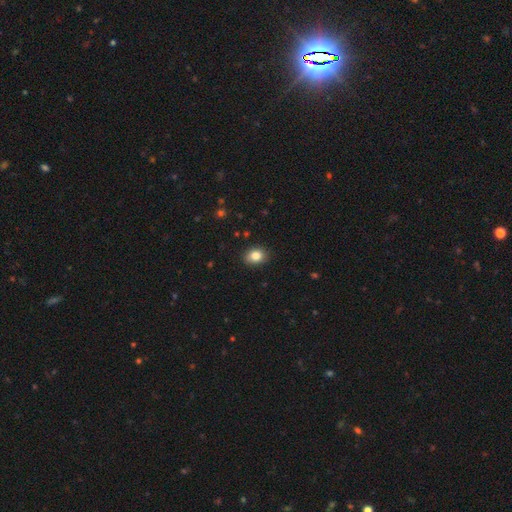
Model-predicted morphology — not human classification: Smooth or featured? smooth (84%)
How rounded? in between (58%)
Merging? none (88%)